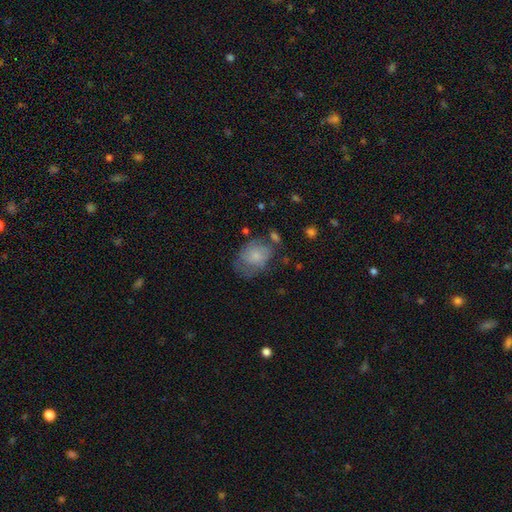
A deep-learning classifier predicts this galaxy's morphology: smooth 62%, featured or disk 30%, star or artifact 8%. Down the decision tree: how rounded — in between (59%); merging — none (43%).